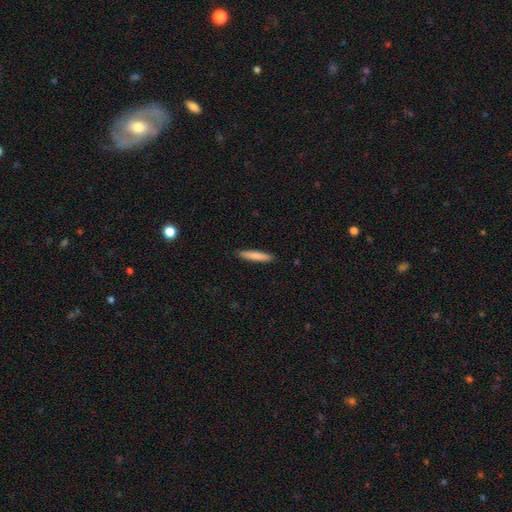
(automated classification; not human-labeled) This appears to be a smooth galaxy with no disk features (80%) that is cigar-shaped (91%). Merging: none (91%).